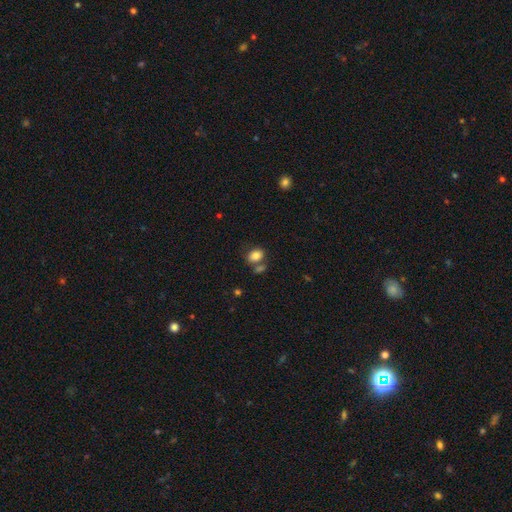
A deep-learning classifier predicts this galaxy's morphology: Smooth or featured: smooth — 82% (star or artifact — 10%)
How rounded: in between — 72% (round — 27%)
Merging: none — 58% (merger — 25%)